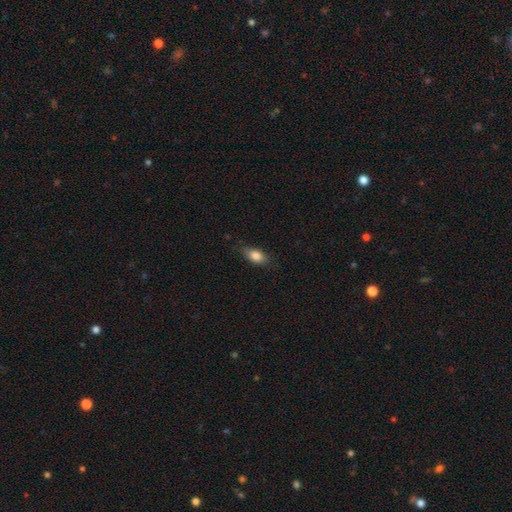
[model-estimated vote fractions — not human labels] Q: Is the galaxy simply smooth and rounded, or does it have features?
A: smooth — 83%.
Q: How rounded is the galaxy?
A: in between — 86%.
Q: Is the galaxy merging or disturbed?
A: none — 77%.